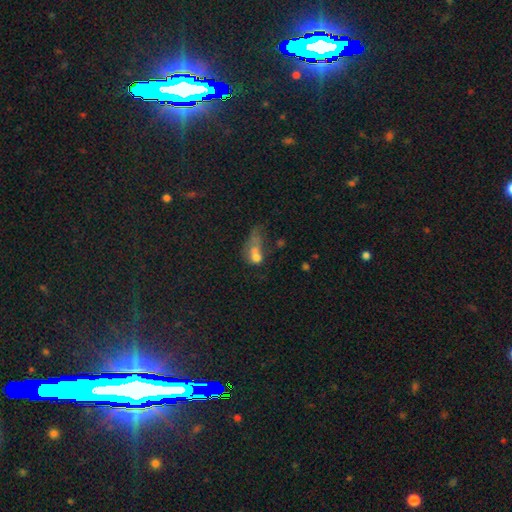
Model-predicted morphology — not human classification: smooth-or-featured: smooth: 55% | featured or disk: 27% | star or artifact: 18%
  how-rounded: in between: 66% | round: 29% | cigar-shaped: 5%
  merging: merger: 41% | major disturbance: 31% | none: 16% | minor disturbance: 12%